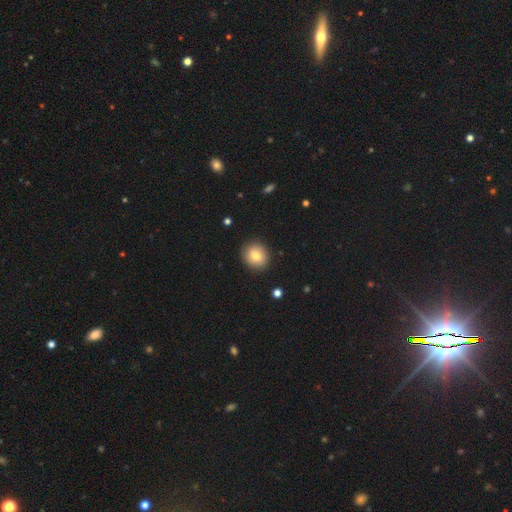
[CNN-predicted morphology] A smooth galaxy with no disk features (78%) that is round (72%). Merging: none (88%).